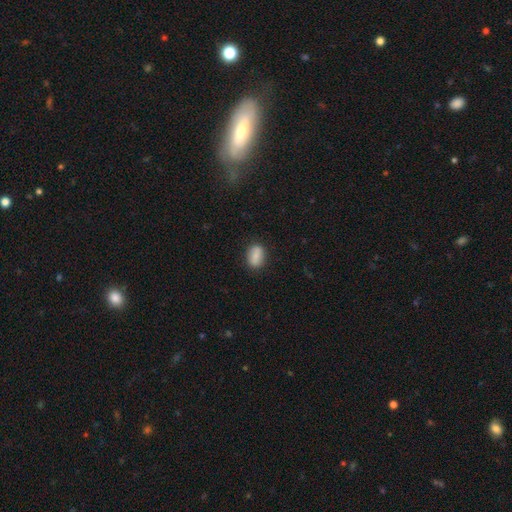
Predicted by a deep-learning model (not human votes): Overall: smooth (84%). How rounded: in between (82%). Merging: none (85%).